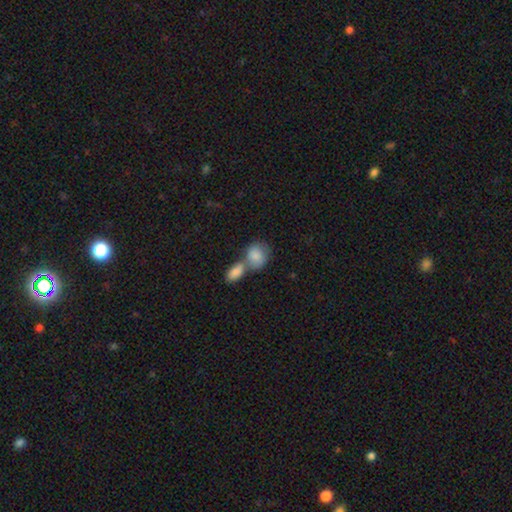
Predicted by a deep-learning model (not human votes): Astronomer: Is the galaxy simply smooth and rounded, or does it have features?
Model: smooth — 82%.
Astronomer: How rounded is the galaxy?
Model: in between — 49%, tied with round at 49%.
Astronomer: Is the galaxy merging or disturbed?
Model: merger — 60%.